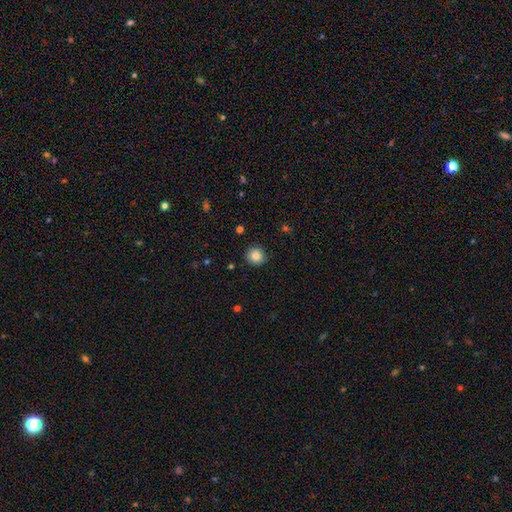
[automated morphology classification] The model was most divided on "smooth or featured": smooth: 85%, star or artifact: 10%, featured or disk: 6%. More confident: how rounded — round (93%); merging — none (91%).